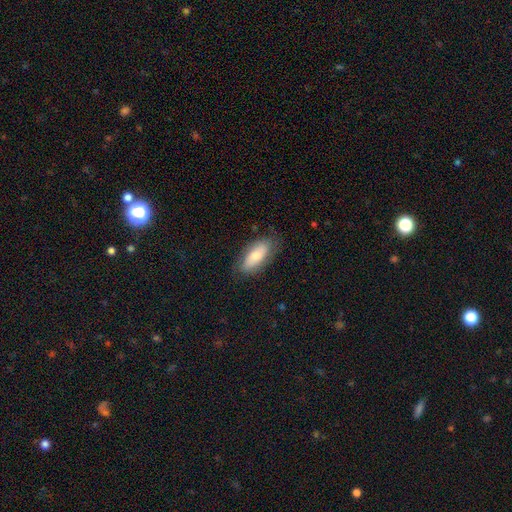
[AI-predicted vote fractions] smooth_or_featured: smooth (p=0.66) [alt: featured or disk p=0.28]
how_rounded: in between (p=0.84) [alt: cigar-shaped p=0.14]
merging: none (p=0.76) [alt: minor disturbance p=0.18]